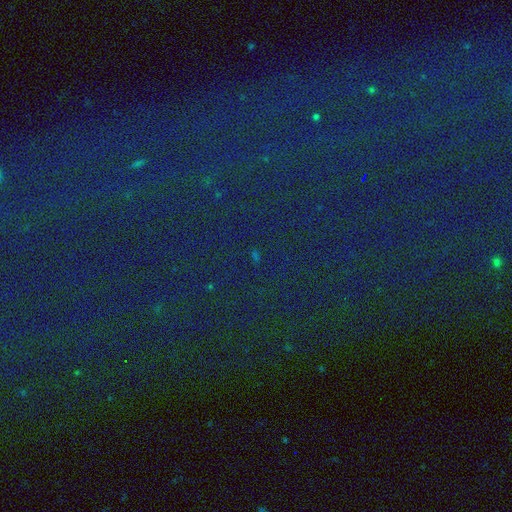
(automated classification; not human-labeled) This is clearly a star or artifact rather than a galaxy (80%).